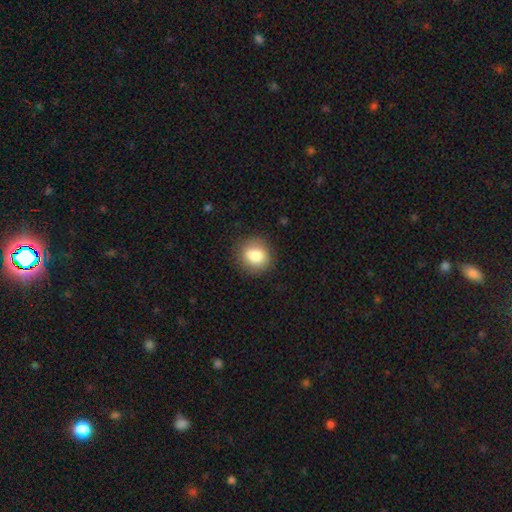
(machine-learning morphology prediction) Smooth or featured: smooth — 83% (star or artifact — 9%)
How rounded: round — 78% (in between — 21%)
Merging: none — 82% (minor disturbance — 13%)